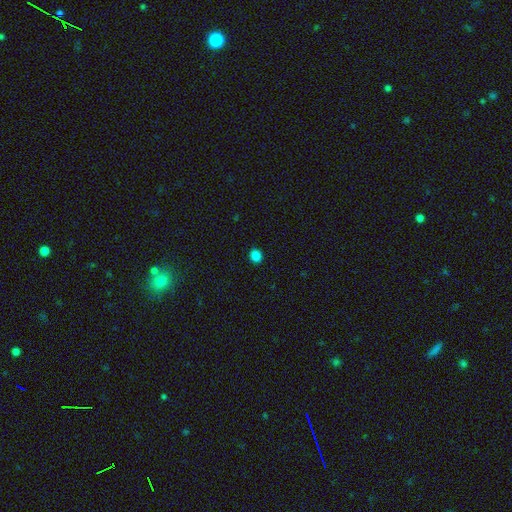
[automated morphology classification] type=smooth (84%); roundness=round (73%); merging=none (91%).